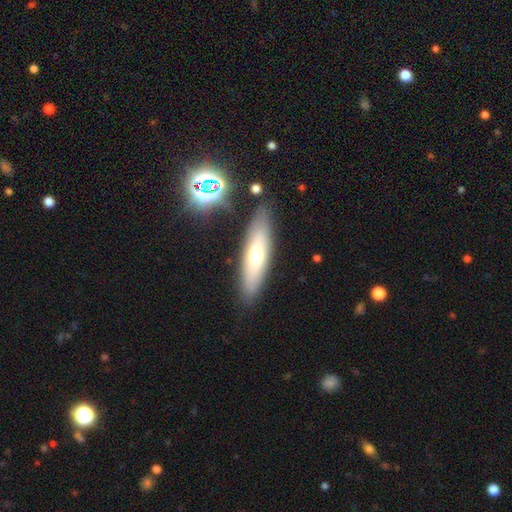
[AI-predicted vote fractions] smooth-or-featured: smooth: 55% | featured or disk: 36% | star or artifact: 9%
  how-rounded: cigar-shaped: 68% | in between: 30% | round: 2%
  merging: none: 85% | minor disturbance: 10% | major disturbance: 3% | merger: 2%